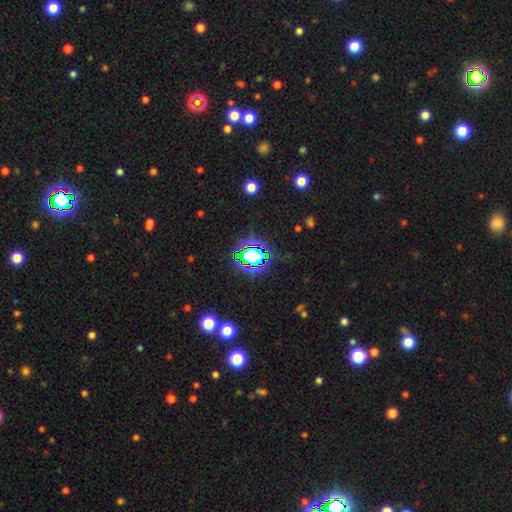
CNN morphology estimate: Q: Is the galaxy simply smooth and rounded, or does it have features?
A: star or artifact — 72%.